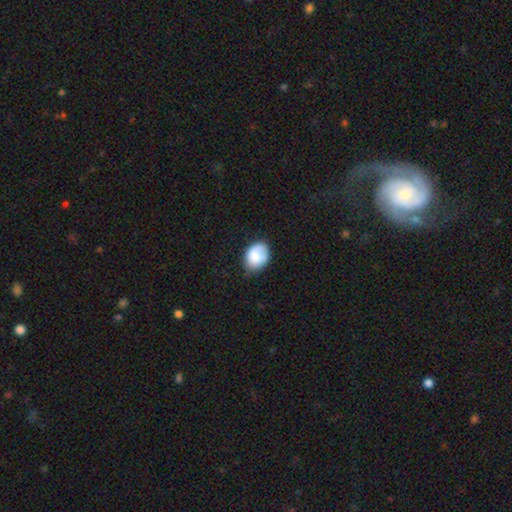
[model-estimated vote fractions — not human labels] Smooth or featured?
  - smooth: 82% *
  - featured or disk: 12%
  - star or artifact: 7%
How rounded?
  - in between: 68% *
  - round: 31%
  - cigar-shaped: 1%
Merging?
  - none: 61% *
  - minor disturbance: 31%
  - major disturbance: 7%
  - merger: 2%